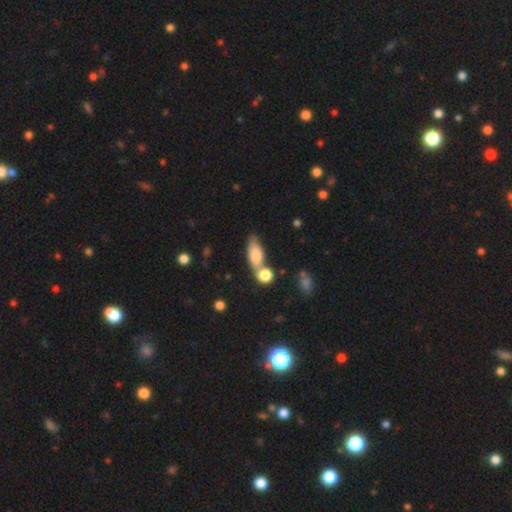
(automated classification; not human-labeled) The model was most divided on "merging": none: 42%, merger: 38%, minor disturbance: 14%, major disturbance: 6%. More confident: smooth or featured — smooth (76%); how rounded — in between (73%).